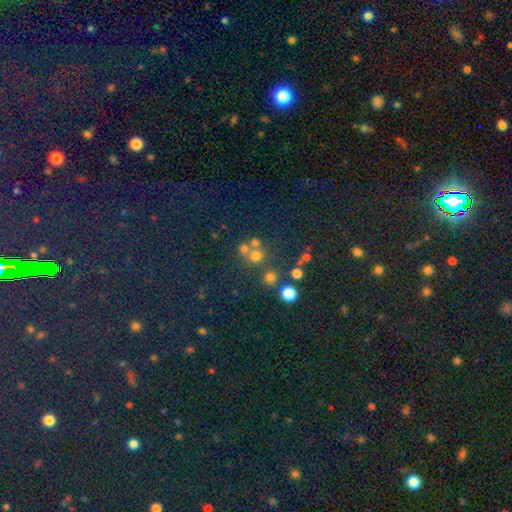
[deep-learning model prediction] smooth-or-featured: smooth: 63% | star or artifact: 26% | featured or disk: 11%
  how-rounded: round: 89% | in between: 10% | cigar-shaped: 1%
  merging: none: 60% | merger: 28% | minor disturbance: 8% | major disturbance: 4%